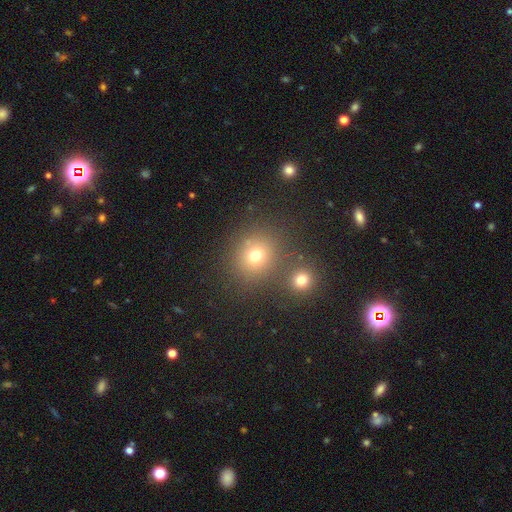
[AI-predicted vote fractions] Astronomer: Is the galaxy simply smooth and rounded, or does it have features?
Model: smooth — 72%.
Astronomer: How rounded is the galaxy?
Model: round — 80%.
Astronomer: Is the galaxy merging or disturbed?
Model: none — 69%.